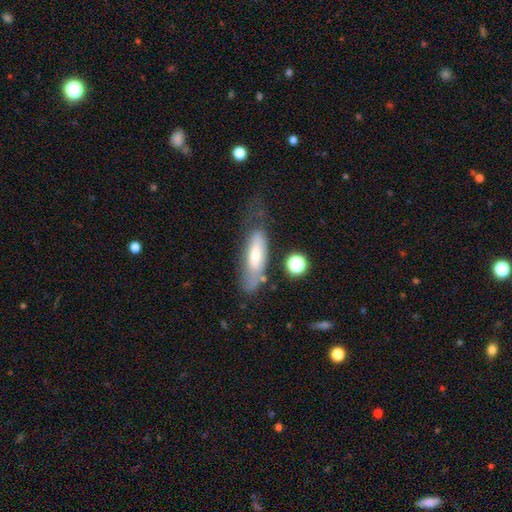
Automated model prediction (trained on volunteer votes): Q: Smooth or featured?
A: smooth (58%); runner-up: featured or disk (34%)
Q: How rounded?
A: in between (50%); runner-up: cigar-shaped (48%)
Q: Merging?
A: none (44%); runner-up: minor disturbance (28%)